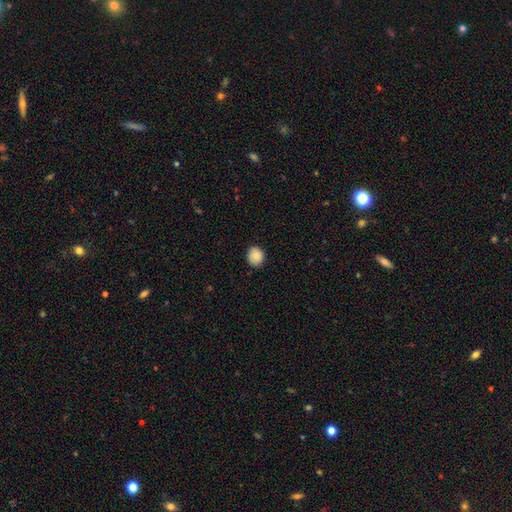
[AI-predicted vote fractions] Q: Smooth or featured?
A: smooth (88%); runner-up: star or artifact (8%)
Q: How rounded?
A: round (74%); runner-up: in between (25%)
Q: Merging?
A: none (87%); runner-up: minor disturbance (10%)